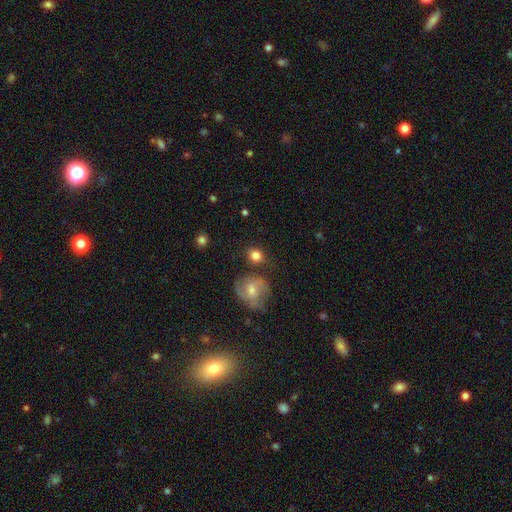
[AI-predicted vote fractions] smooth 81%, featured or disk 11%, star or artifact 8%. Down the decision tree: how rounded — round (73%); merging — none (73%).